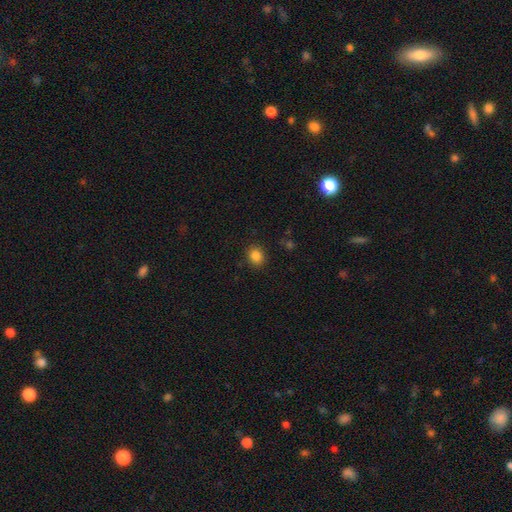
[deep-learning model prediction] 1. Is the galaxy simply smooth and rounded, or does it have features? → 84% smooth, 11% star or artifact, 5% featured or disk.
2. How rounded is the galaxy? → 70% round, 29% in between, 1% cigar-shaped.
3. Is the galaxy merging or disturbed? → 88% none, 8% minor disturbance, 2% major disturbance, 1% merger.